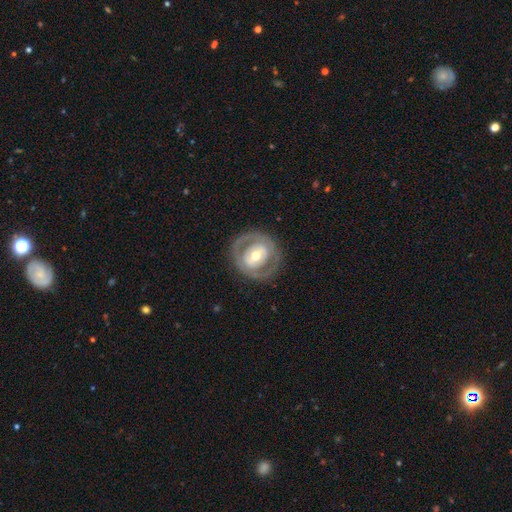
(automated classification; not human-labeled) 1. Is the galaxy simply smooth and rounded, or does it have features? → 66% featured or disk, 30% smooth, 5% star or artifact.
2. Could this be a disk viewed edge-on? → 95% no, 5% yes.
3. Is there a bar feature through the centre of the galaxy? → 49% no, 30% weak, 21% strong.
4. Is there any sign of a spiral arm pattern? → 72% no, 28% yes.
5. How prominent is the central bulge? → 67% moderate, 20% small, 11% large, 1% dominant, 1% none.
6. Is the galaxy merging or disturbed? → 80% none, 11% minor disturbance, 8% major disturbance, 1% merger.